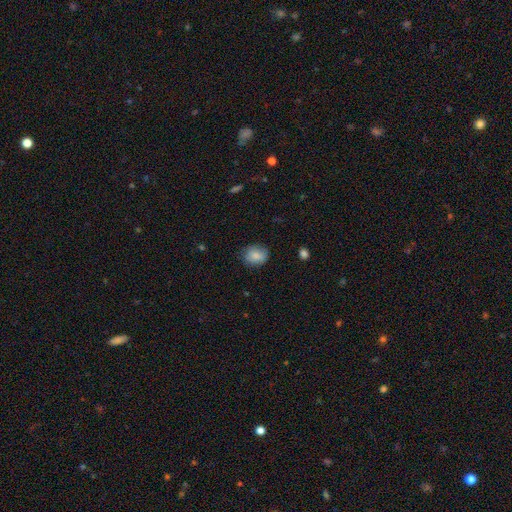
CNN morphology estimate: A smooth galaxy with no disk features (85%) that is round (54%). Merging: none (78%).